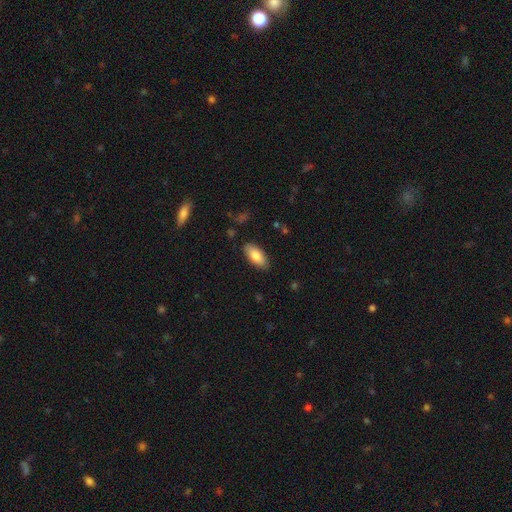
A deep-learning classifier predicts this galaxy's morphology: smooth 83%, featured or disk 11%, star or artifact 6%. Down the decision tree: how rounded — in between (90%); merging — none (86%).